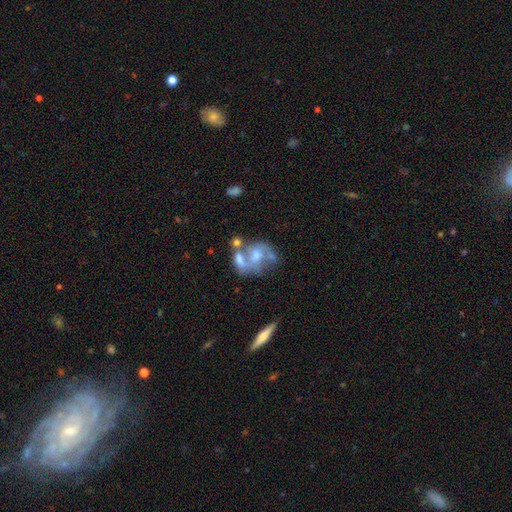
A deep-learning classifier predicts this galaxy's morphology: smooth-or-featured: featured or disk: 69% | smooth: 21% | star or artifact: 10%
  disk-edge-on: no: 94% | yes: 6%
    bar: no: 67% | weak: 25% | strong: 8%
    has-spiral-arms: yes: 57% | no: 43%
    bulge-size: moderate: 56% | small: 25% | large: 9% | none: 8% | dominant: 2%
  merging: merger: 38% | none: 36% | minor disturbance: 15% | major disturbance: 12%